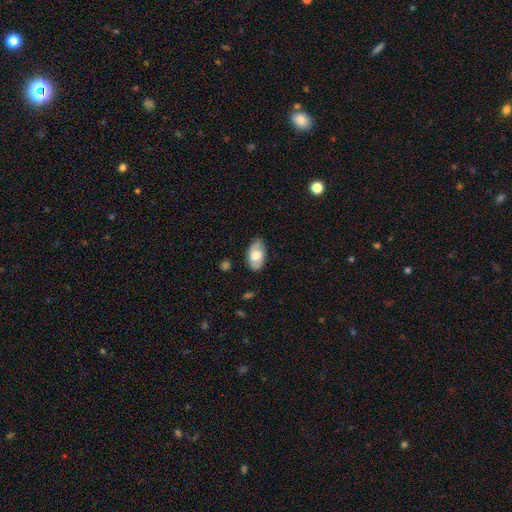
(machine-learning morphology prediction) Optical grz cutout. It shows a smooth galaxy with no disk features (68%) that is in between round and cigar-shaped (94%). Merging: none (80%).